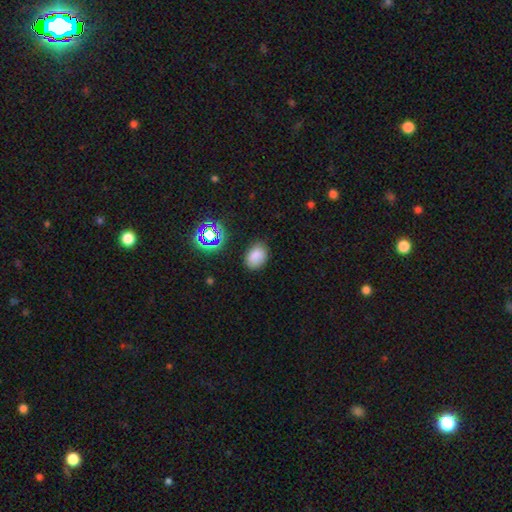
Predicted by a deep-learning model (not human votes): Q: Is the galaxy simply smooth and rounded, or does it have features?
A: smooth — 78%.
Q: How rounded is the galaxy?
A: in between — 77%.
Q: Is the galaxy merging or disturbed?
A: none — 80%.